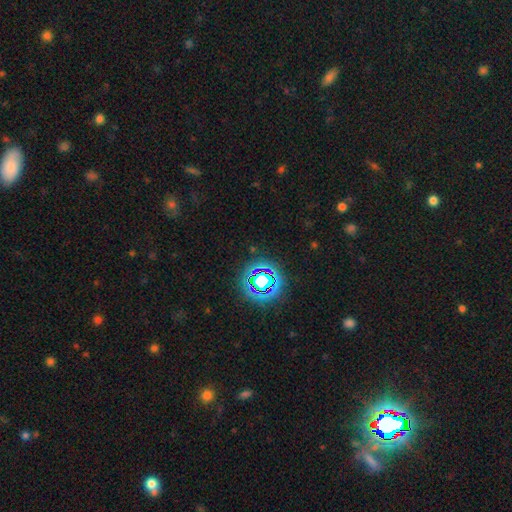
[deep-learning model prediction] Smooth or featured?
  - star or artifact: 76% *
  - smooth: 16%
  - featured or disk: 8%